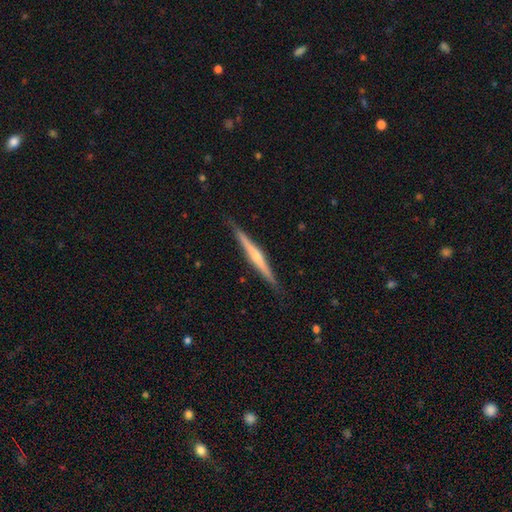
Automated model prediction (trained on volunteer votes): Q: Smooth or featured?
A: featured or disk (74%); runner-up: smooth (20%)
Q: Edge-on disk?
A: yes (98%); runner-up: no (2%)
Q: Edge-on bulge?
A: rounded (70%); runner-up: none (22%)
Q: Merging?
A: none (89%); runner-up: minor disturbance (8%)